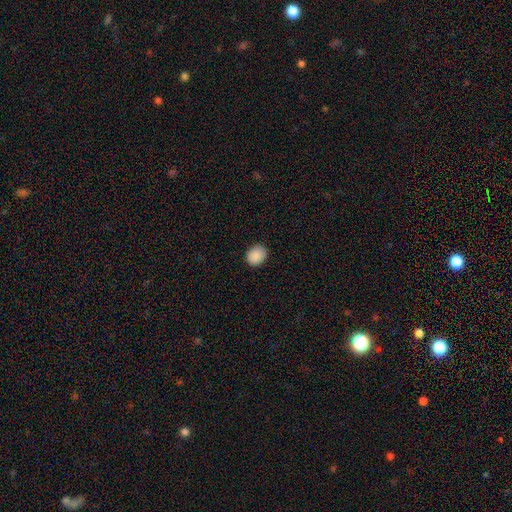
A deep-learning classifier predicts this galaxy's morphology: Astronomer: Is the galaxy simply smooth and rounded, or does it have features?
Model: smooth — 89%.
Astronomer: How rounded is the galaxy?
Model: round — 57% (runner-up: in between, 42%).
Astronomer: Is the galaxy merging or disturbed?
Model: none — 87%.